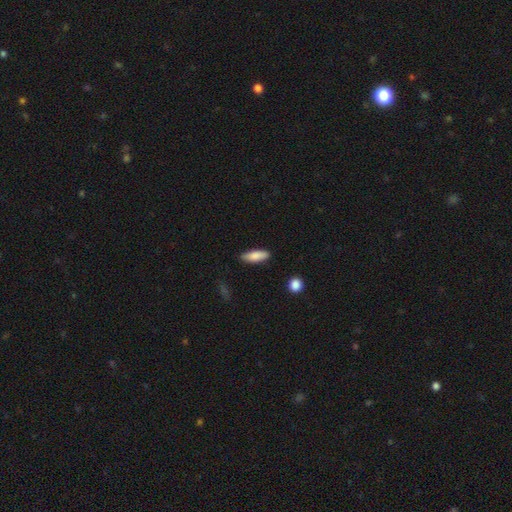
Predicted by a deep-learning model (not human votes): Smooth or featured?
  - smooth: 84% *
  - featured or disk: 10%
  - star or artifact: 6%
How rounded?
  - in between: 62% *
  - cigar-shaped: 36%
  - round: 2%
Merging?
  - none: 85% *
  - minor disturbance: 11%
  - major disturbance: 2%
  - merger: 2%